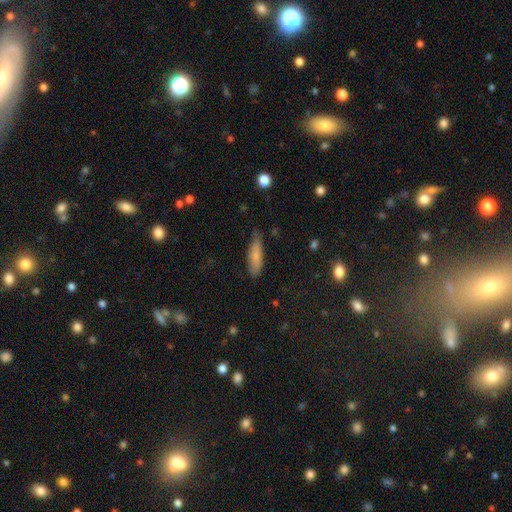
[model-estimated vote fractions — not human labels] Smooth or featured? Predicted: smooth (p=0.77). How rounded? Predicted: cigar-shaped (p=0.53). Merging? Predicted: none (p=0.65).